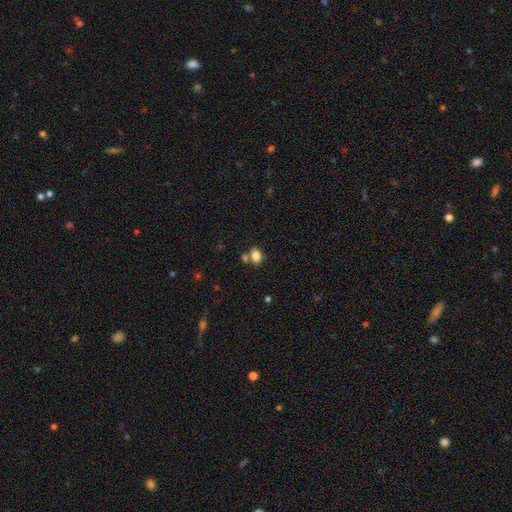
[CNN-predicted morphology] smooth_or_featured: smooth (p=0.82) [alt: star or artifact p=0.11]
how_rounded: in between (p=0.66) [alt: round p=0.33]
merging: none (p=0.61) [alt: merger p=0.23]